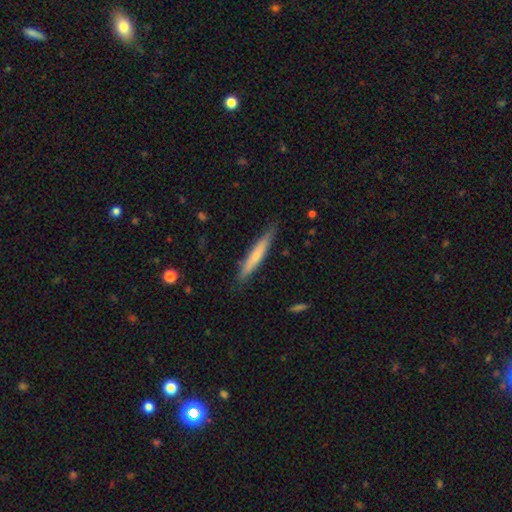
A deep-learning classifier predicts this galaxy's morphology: type=smooth (59%); roundness=cigar-shaped (94%); merging=none (84%).